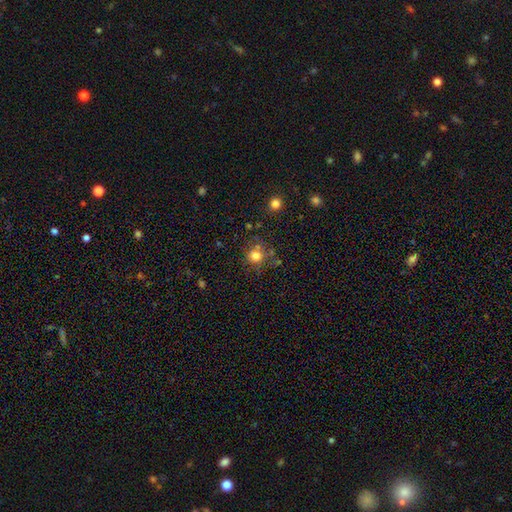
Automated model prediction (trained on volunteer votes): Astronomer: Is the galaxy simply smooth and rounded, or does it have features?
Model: smooth — 76%.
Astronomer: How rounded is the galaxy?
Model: round — 88%.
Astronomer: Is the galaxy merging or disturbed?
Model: none — 67%.